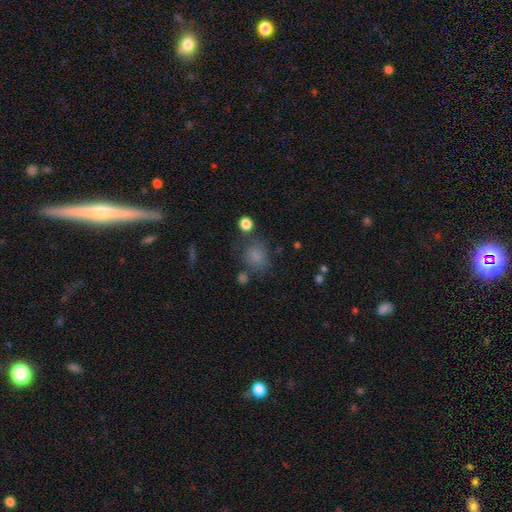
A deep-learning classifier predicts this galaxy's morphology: Smooth or featured: smooth — 76% (star or artifact — 16%)
How rounded: round — 73% (in between — 26%)
Merging: none — 66% (minor disturbance — 17%)